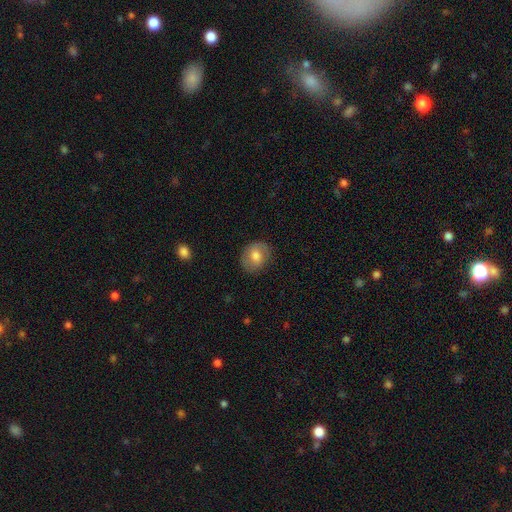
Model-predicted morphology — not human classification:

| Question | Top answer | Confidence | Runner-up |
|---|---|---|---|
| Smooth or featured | smooth | 69% | featured or disk (24%) |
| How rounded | round | 67% | in between (32%) |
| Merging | none | 81% | minor disturbance (14%) |